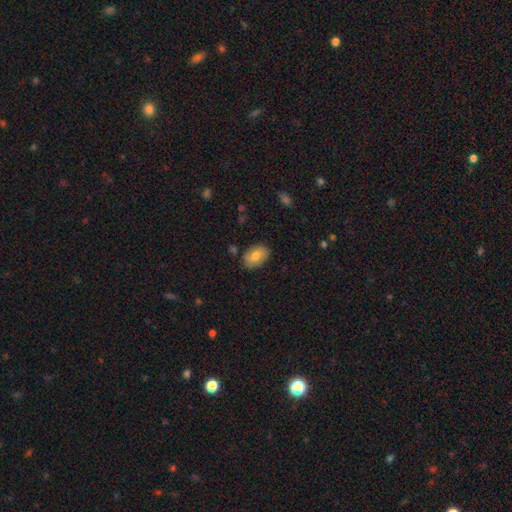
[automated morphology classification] The model was most divided on "smooth or featured": smooth: 77%, featured or disk: 16%, star or artifact: 7%. More confident: how rounded — in between (86%); merging — none (81%).